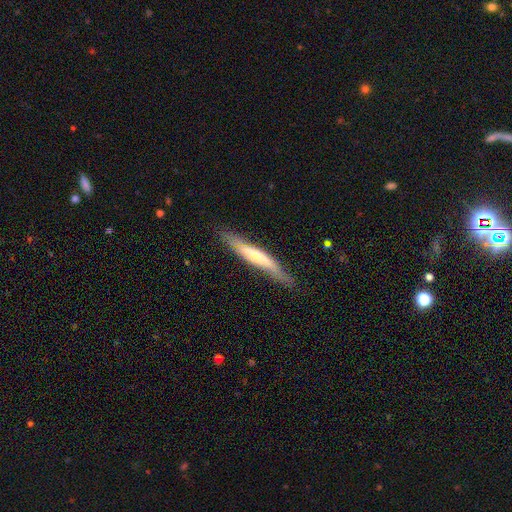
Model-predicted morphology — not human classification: smooth-or-featured: featured or disk: 57% | smooth: 38% | star or artifact: 6%
  disk-edge-on: yes: 83% | no: 17%
  merging: none: 78% | minor disturbance: 17% | major disturbance: 4% | merger: 2%